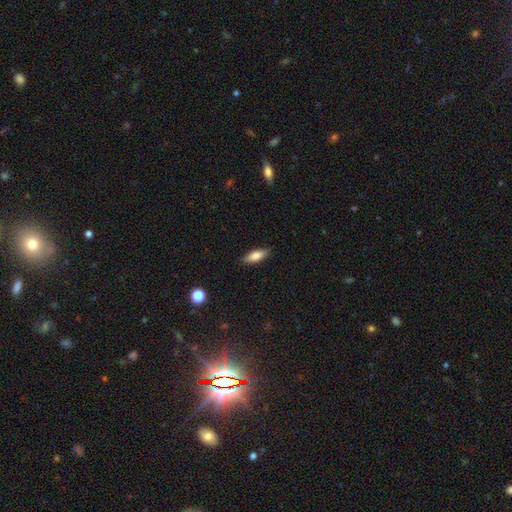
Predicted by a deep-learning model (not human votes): Smooth or featured? smooth (79%)
How rounded? in between (64%)
Merging? none (88%)